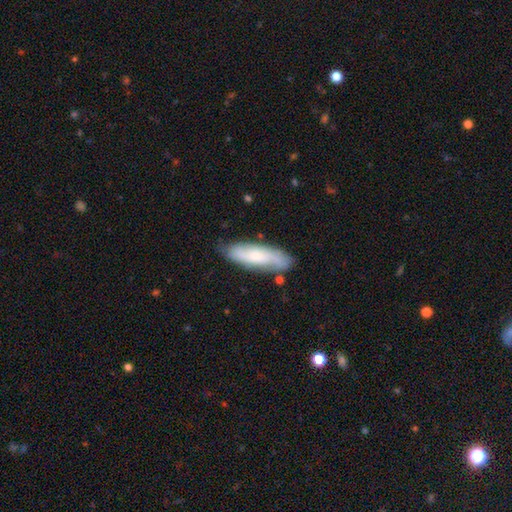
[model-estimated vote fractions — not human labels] This is possibly a smooth galaxy (53%). How rounded: possibly cigar-shaped (55%). Merging: likely none (74%).